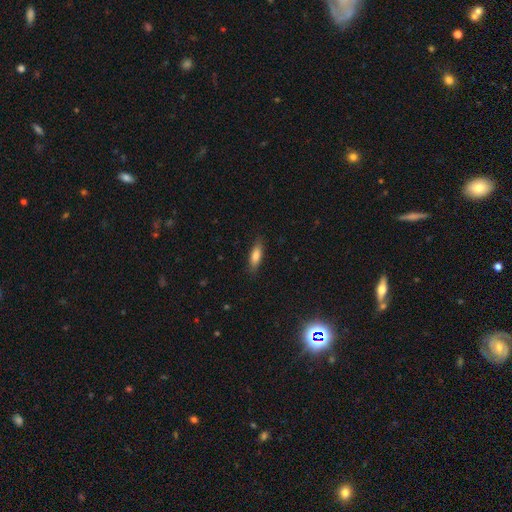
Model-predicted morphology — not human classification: Overall: smooth (80%). How rounded: in between (55%; cigar-shaped 43%). Merging: none (84%).